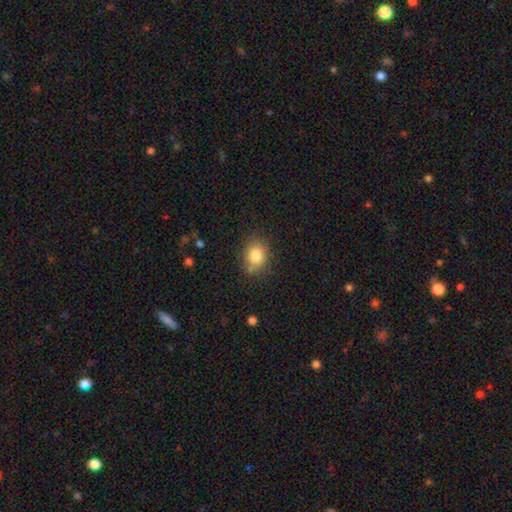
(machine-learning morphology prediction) type=smooth (83%); roundness=in between (57%); merging=none (75%).